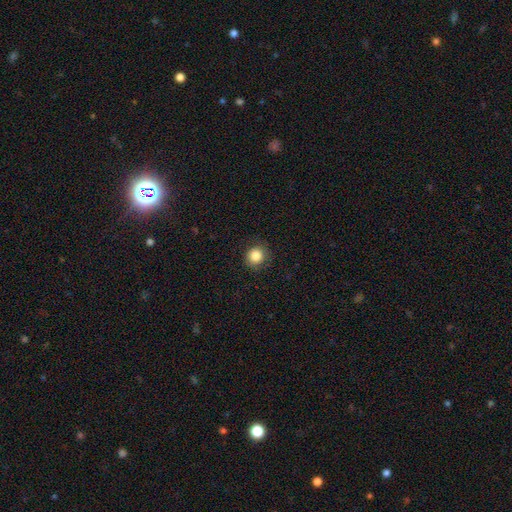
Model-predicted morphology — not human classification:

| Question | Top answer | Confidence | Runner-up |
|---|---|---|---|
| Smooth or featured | smooth | 86% | star or artifact (10%) |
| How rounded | round | 90% | in between (9%) |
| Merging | none | 86% | minor disturbance (10%) |